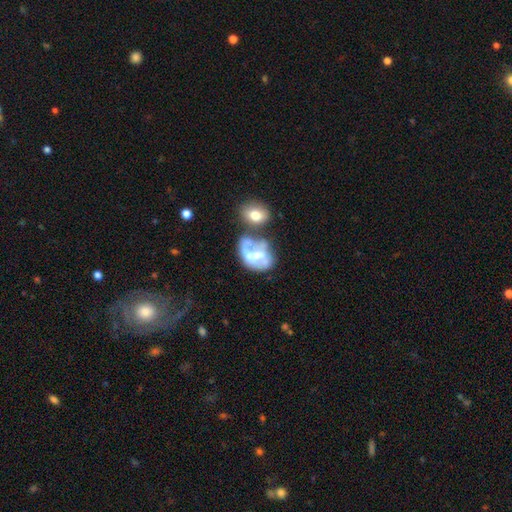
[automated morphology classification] A featured or disk galaxy (61%) with no bar (66%), no spiral arms (66%) and a moderate central bulge (49%).

Vote fractions:
- Smooth or featured? featured or disk: 61% / smooth: 29% / star or artifact: 10%
- Edge-on disk? no: 97% / yes: 3%
- Bar? no: 66% / weak: 24% / strong: 10%
- Spiral arms? no: 66% / yes: 34%
- Bulge size? moderate: 49% / small: 32% / none: 12% / large: 6% / dominant: 2%
- Merging? merger: 45% / none: 22% / major disturbance: 19% / minor disturbance: 14%